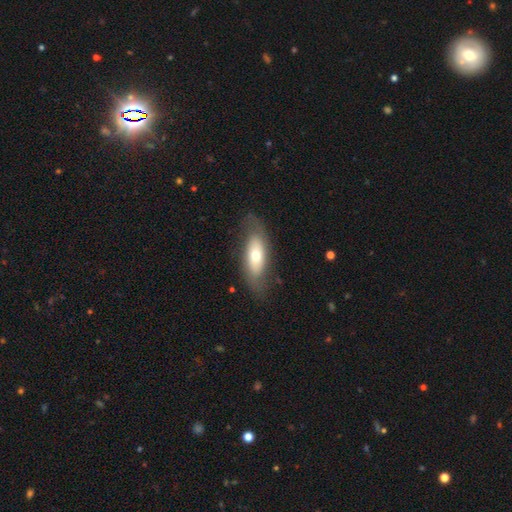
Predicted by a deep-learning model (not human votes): Morphology: type=smooth (54%); roundness=in between (75%); merging=none (72%).